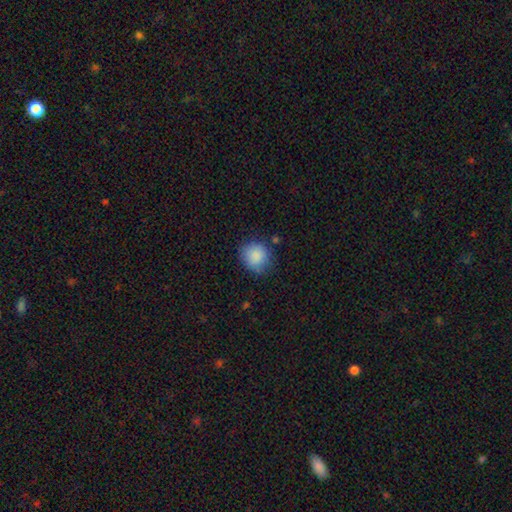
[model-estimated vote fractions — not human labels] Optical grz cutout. It shows a smooth galaxy with no disk features (87%) that is round (85%). Merging: none (78%).